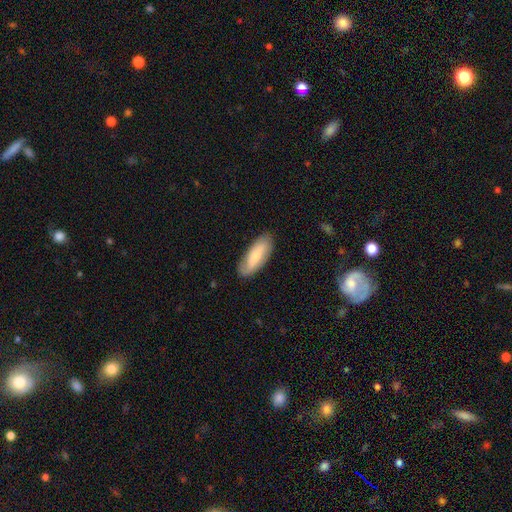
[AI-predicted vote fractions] Smooth or featured? smooth (69%)
How rounded? in between (75%)
Merging? none (81%)